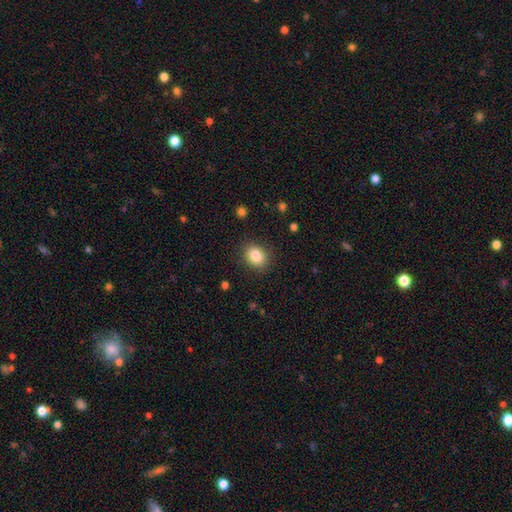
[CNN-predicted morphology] smooth-or-featured: smooth: 86% | star or artifact: 9% | featured or disk: 5%
  how-rounded: round: 50% | in between: 49% | cigar-shaped: 1%
  merging: none: 87% | minor disturbance: 9% | major disturbance: 3% | merger: 1%